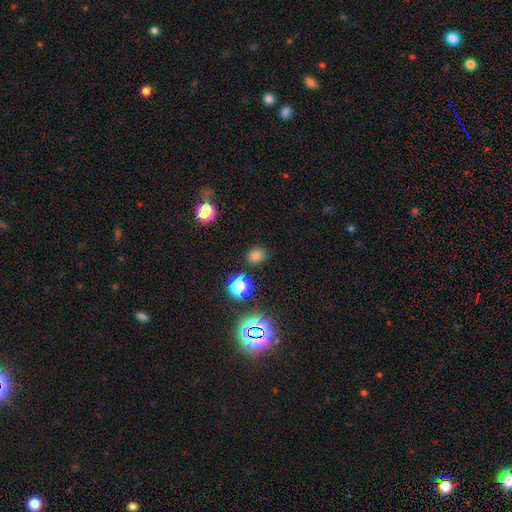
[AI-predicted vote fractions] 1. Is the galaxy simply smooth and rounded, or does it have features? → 73% smooth, 22% star or artifact, 6% featured or disk.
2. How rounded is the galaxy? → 58% round, 41% in between, 1% cigar-shaped.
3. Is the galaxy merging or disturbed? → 82% none, 11% minor disturbance, 4% major disturbance, 3% merger.